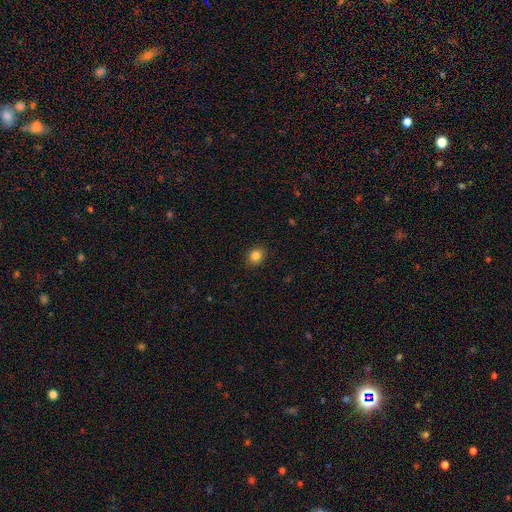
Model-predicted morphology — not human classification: Overall: smooth (84%). How rounded: round (76%). Merging: none (90%).